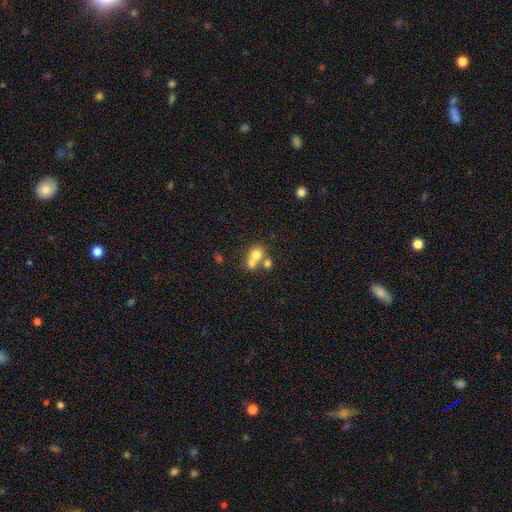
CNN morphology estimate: This appears to be a smooth galaxy with no disk features (69%) that is round (66%). Merging: merger (58%).